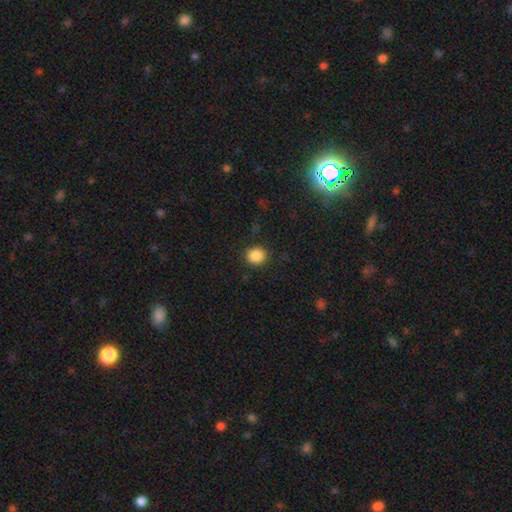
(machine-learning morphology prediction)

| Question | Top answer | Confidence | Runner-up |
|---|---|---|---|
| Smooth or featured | smooth | 87% | star or artifact (10%) |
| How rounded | round | 84% | in between (15%) |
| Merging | none | 89% | minor disturbance (7%) |